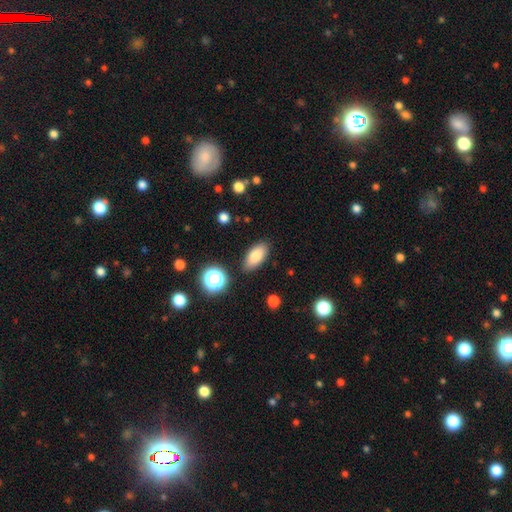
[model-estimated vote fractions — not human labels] Morphology: type=smooth (83%); roundness=in between (87%); merging=none (86%).